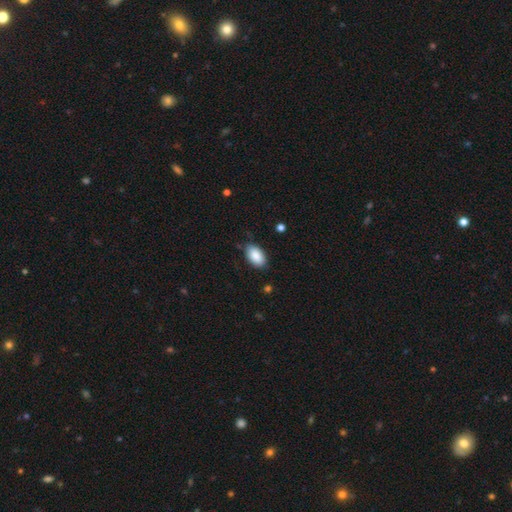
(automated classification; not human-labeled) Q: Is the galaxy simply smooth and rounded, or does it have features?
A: smooth — 89%.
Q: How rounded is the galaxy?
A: in between — 94%.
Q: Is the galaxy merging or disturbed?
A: none — 81%.